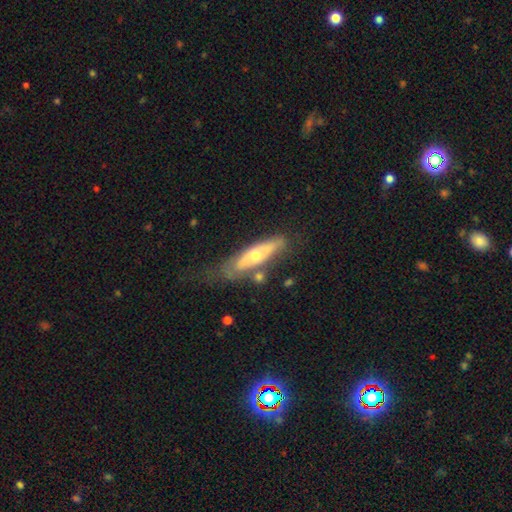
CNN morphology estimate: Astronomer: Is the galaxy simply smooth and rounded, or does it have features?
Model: featured or disk — 53% (runner-up: smooth, 41%).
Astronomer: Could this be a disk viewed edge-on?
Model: no — 51% (runner-up: yes, 49%).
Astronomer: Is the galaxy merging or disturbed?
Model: none — 57%.